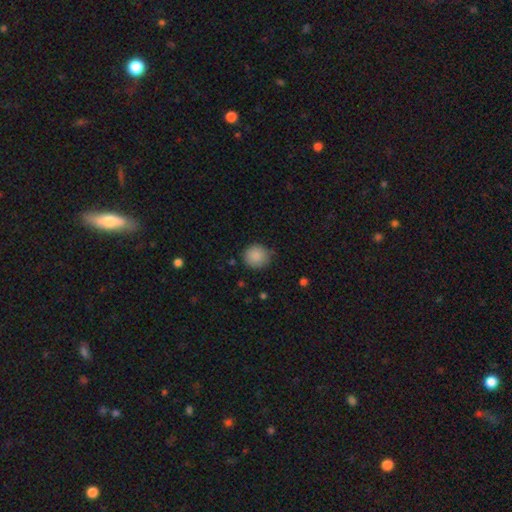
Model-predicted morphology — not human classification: Smooth or featured? Predicted: smooth (p=0.88). How rounded? Predicted: round (p=0.91). Merging? Predicted: none (p=0.76).